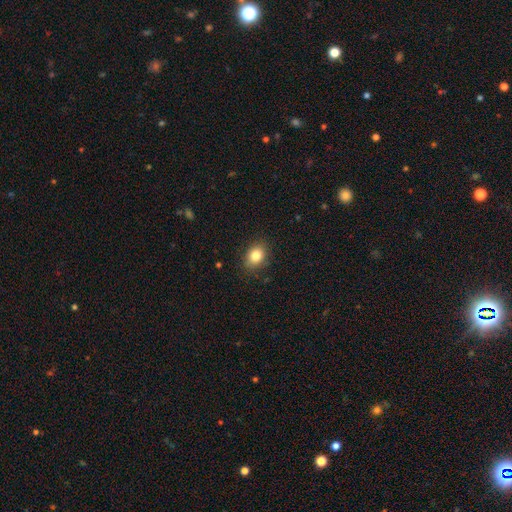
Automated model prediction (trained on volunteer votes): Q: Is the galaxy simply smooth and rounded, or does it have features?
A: smooth — 83%.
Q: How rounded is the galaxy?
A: in between — 60%.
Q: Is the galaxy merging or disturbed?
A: none — 85%.